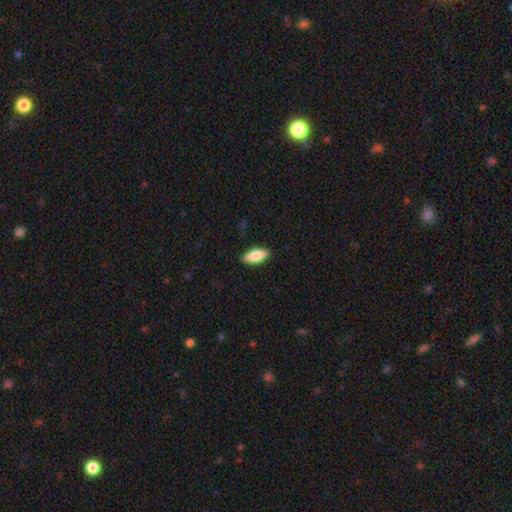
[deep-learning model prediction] Smooth or featured?
  - smooth: 78% *
  - featured or disk: 16%
  - star or artifact: 6%
How rounded?
  - in between: 80% *
  - cigar-shaped: 18%
  - round: 3%
Merging?
  - none: 89% *
  - minor disturbance: 8%
  - major disturbance: 2%
  - merger: 1%